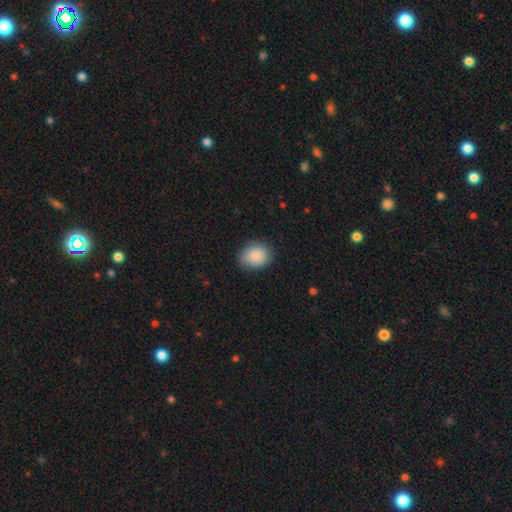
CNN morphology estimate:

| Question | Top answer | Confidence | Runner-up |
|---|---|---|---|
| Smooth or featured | smooth | 88% | star or artifact (7%) |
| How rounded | round | 57% | in between (43%) |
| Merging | none | 83% | minor disturbance (13%) |